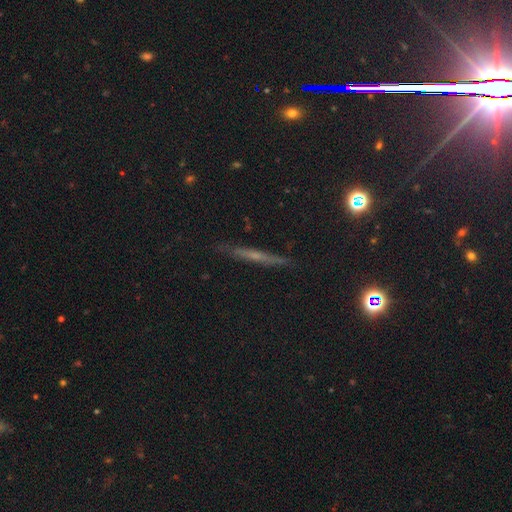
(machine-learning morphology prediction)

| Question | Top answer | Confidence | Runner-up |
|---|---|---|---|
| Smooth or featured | featured or disk | 53% | smooth (30%) |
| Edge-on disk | yes | 93% | no (7%) |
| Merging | none | 87% | minor disturbance (9%) |